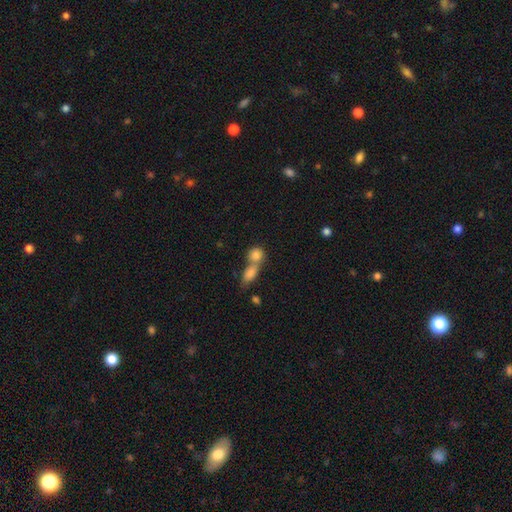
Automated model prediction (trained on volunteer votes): Morphology: type=smooth (83%); roundness=round (62%); merging=merger (57%).